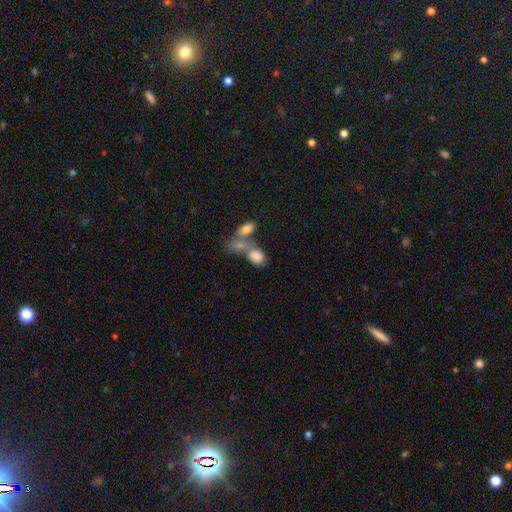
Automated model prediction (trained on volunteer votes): A smooth galaxy with no disk features (79%) that is in between round and cigar-shaped (75%). Merging: merger (59%).